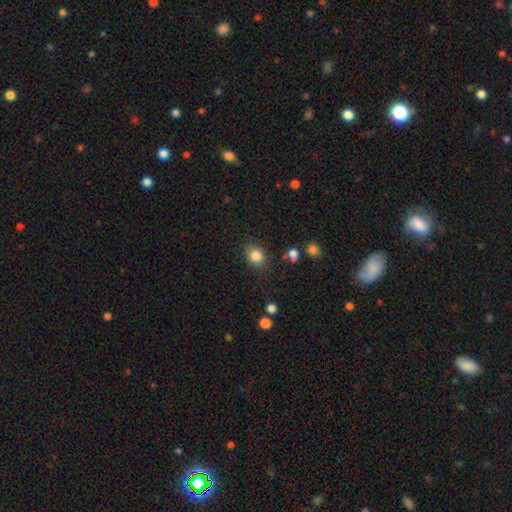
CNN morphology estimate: type=smooth (84%); roundness=round (58%); merging=none (81%).